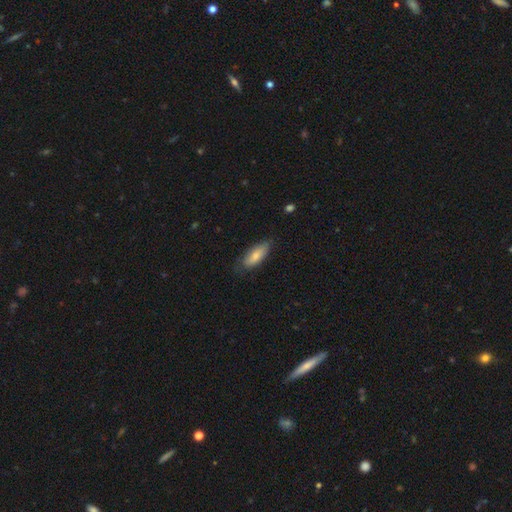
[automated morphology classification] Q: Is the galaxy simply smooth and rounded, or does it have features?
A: smooth — 76%.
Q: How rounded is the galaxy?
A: in between — 76%.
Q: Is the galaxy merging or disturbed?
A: none — 72%.